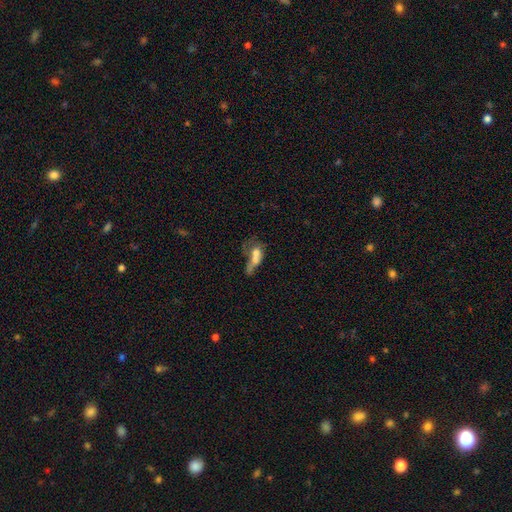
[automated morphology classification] A smooth galaxy with no disk features (53%) that is in between round and cigar-shaped (70%).

Vote fractions:
- Smooth or featured? smooth: 53% / featured or disk: 35% / star or artifact: 12%
- How rounded? in between: 70% / round: 18% / cigar-shaped: 13%
- Merging? merger: 52% / major disturbance: 24% / none: 15% / minor disturbance: 10%